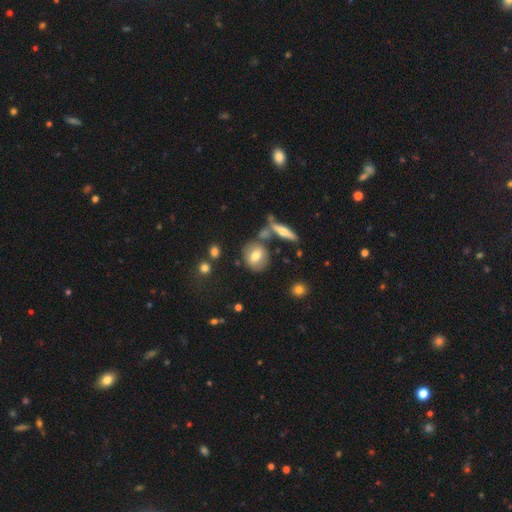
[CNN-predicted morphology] Q: Smooth or featured?
A: smooth (65%); runner-up: featured or disk (26%)
Q: How rounded?
A: round (56%); runner-up: in between (40%)
Q: Merging?
A: none (67%); runner-up: merger (14%)